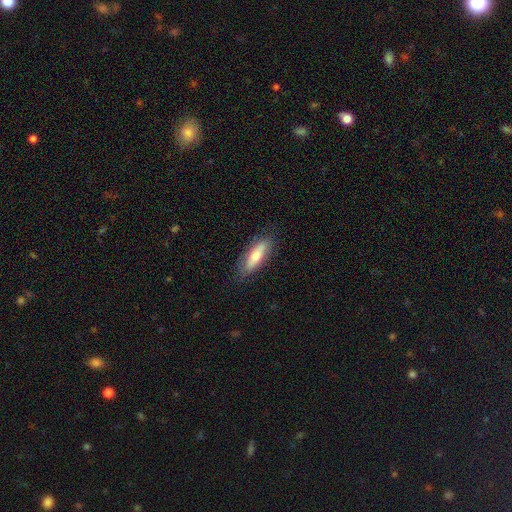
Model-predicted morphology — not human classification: smooth 63%, featured or disk 31%, star or artifact 6%. Down the decision tree: how rounded — in between (49%, tied with cigar-shaped); merging — none (83%).